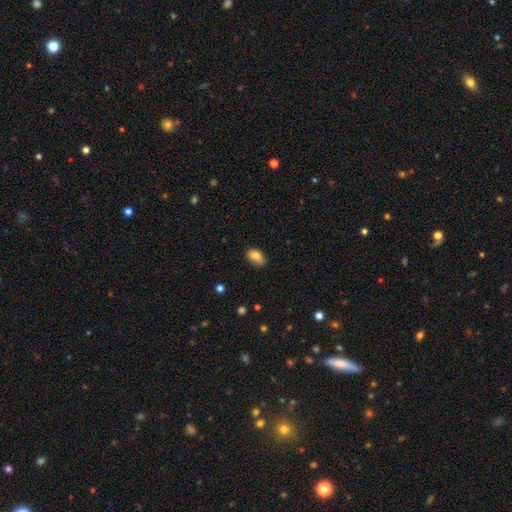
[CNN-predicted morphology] type=smooth (81%); roundness=in between (89%); merging=none (67%).